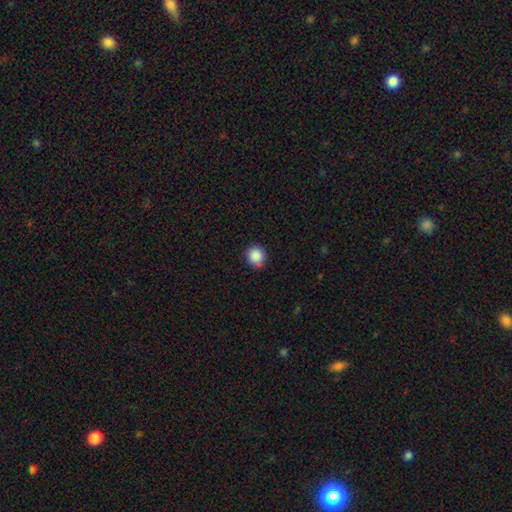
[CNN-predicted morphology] Smooth or featured? Predicted: smooth (p=0.87). How rounded? Predicted: round (p=0.89). Merging? Predicted: none (p=0.76).